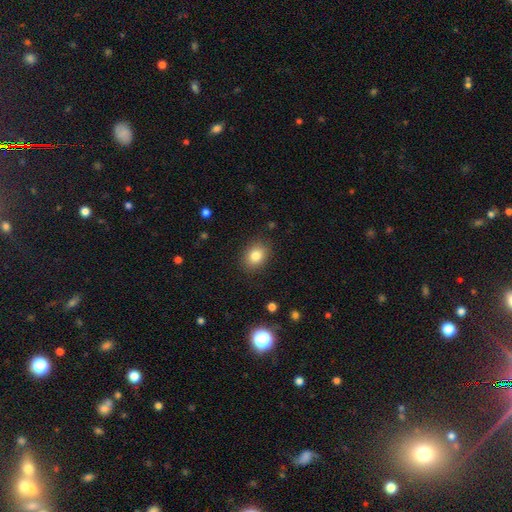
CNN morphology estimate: This is clearly a smooth galaxy (82%). How rounded: possibly in between (51%). Merging: clearly none (87%).